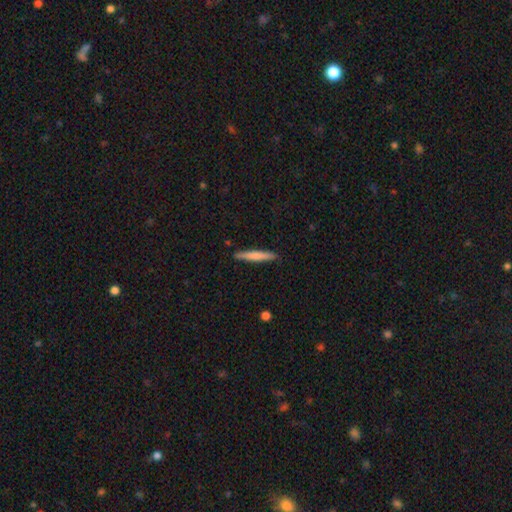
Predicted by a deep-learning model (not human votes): A smooth galaxy with no disk features (67%) that is cigar-shaped (94%). Merging: none (90%).